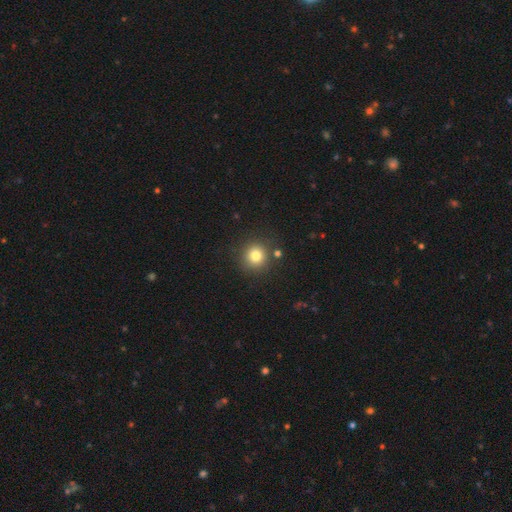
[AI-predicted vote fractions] Smooth or featured: smooth — 80% (star or artifact — 13%)
How rounded: round — 92% (in between — 7%)
Merging: none — 84% (minor disturbance — 8%)